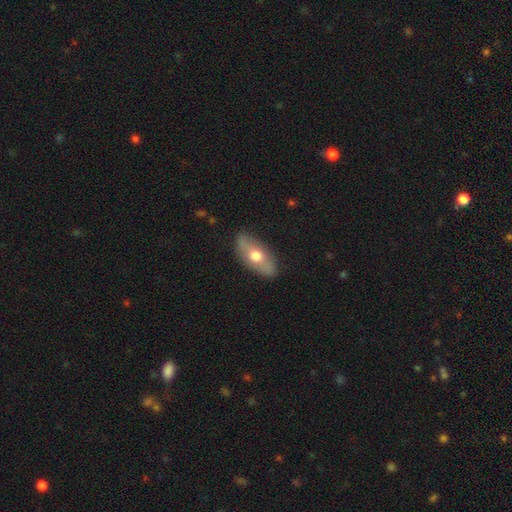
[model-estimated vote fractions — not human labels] Smooth or featured? smooth (56%)
How rounded? in between (84%)
Merging? none (83%)